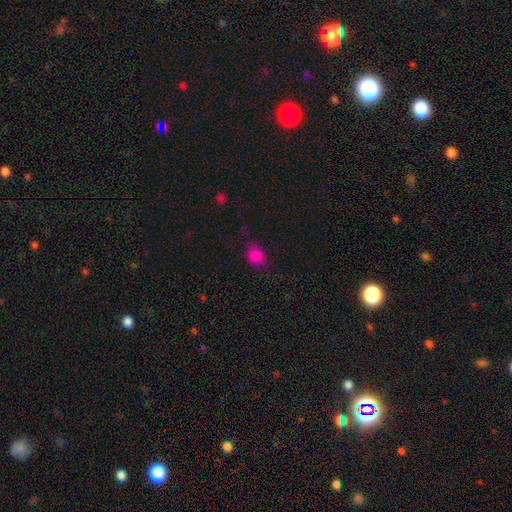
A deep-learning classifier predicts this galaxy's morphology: type=smooth (84%); roundness=round (53%); merging=none (75%).